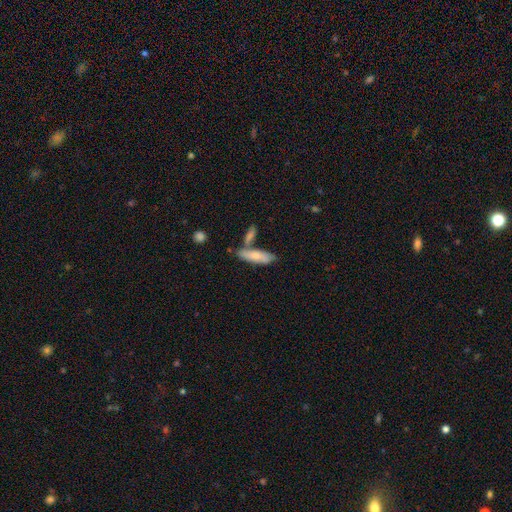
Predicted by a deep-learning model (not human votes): Q: Smooth or featured?
A: smooth (74%); runner-up: featured or disk (20%)
Q: How rounded?
A: cigar-shaped (53%); runner-up: in between (45%)
Q: Merging?
A: none (54%); runner-up: merger (25%)